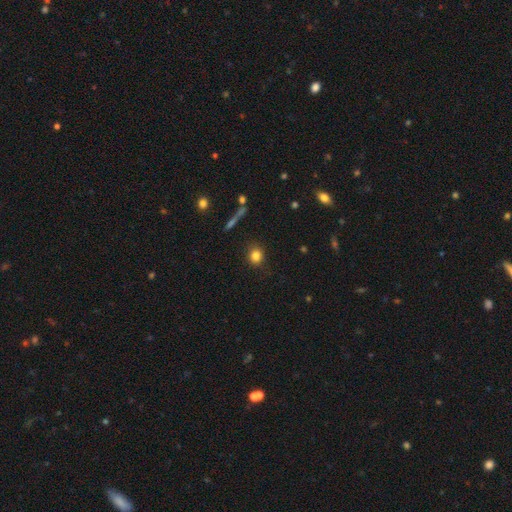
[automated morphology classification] smooth 82%, star or artifact 11%, featured or disk 7%. Down the decision tree: how rounded — round (79%); merging — none (85%).